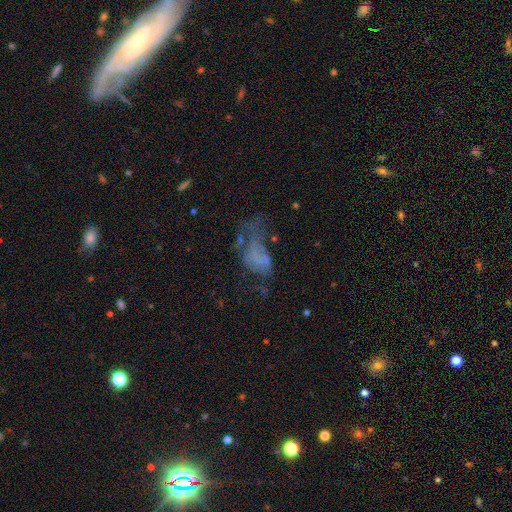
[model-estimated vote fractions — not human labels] The model was most divided on "smooth or featured": featured or disk: 44%, smooth: 35%, star or artifact: 21%. More confident: merging — major disturbance (51%).